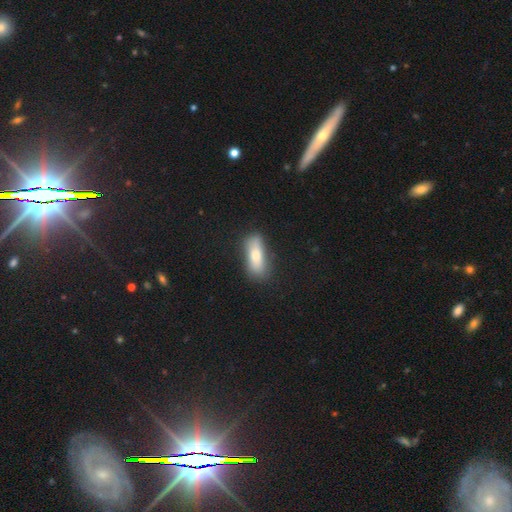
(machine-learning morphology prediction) smooth_or_featured: smooth (p=0.76) [alt: featured or disk p=0.17]
how_rounded: in between (p=0.61) [alt: cigar-shaped p=0.36]
merging: none (p=0.74) [alt: minor disturbance p=0.19]